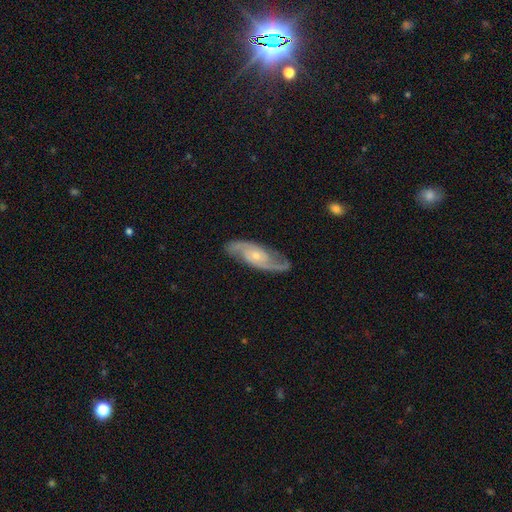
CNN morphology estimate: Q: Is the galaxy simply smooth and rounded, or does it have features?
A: featured or disk — 88%.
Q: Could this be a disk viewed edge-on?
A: no — 93%.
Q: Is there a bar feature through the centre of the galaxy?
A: no — 64%.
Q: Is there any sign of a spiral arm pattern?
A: yes — 97%.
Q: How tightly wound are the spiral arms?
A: medium — 52%.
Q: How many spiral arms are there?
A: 2 — 91%.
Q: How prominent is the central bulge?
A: small — 63%.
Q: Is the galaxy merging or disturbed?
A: none — 81%.